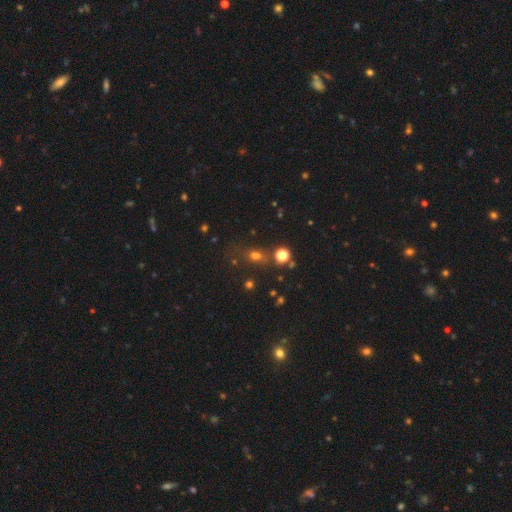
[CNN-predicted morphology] Overall: smooth (60%; star or artifact 30%). How rounded: round (56%; in between 40%). Merging: none (65%).